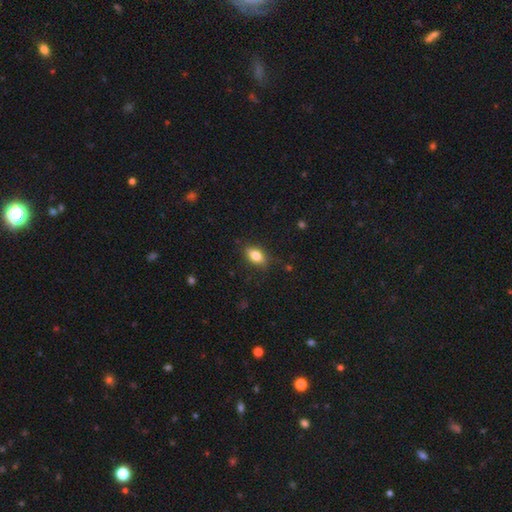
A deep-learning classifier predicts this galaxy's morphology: Smooth or featured?
  - smooth: 82% *
  - featured or disk: 9%
  - star or artifact: 9%
How rounded?
  - in between: 85% *
  - round: 11%
  - cigar-shaped: 4%
Merging?
  - none: 81% *
  - minor disturbance: 14%
  - major disturbance: 3%
  - merger: 1%